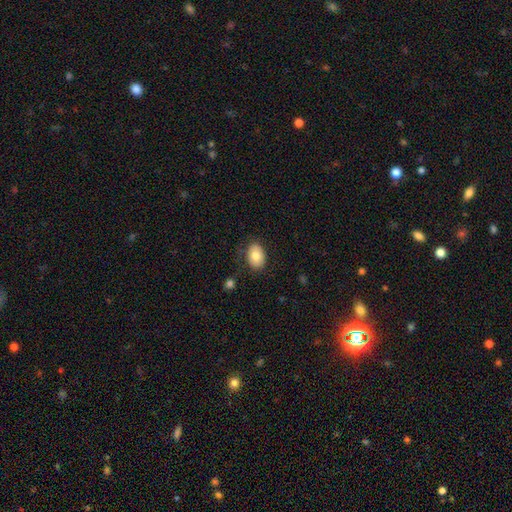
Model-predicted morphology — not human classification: Smooth or featured? Predicted: smooth (p=0.80). How rounded? Predicted: in between (p=0.80). Merging? Predicted: none (p=0.79).